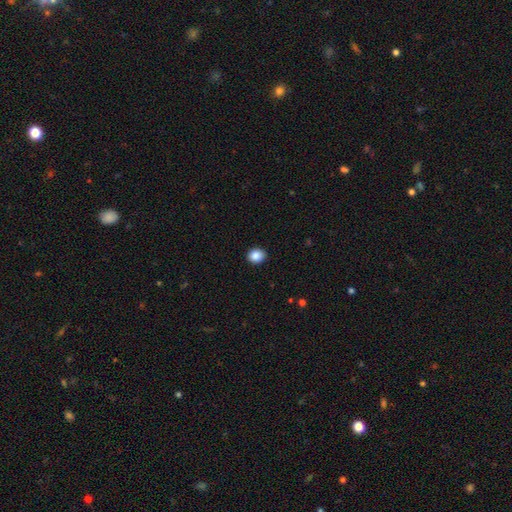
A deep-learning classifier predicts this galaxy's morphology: type=smooth (88%); roundness=round (64%); merging=none (90%).